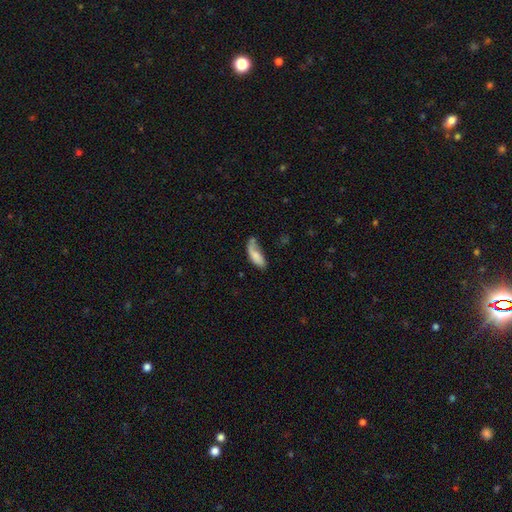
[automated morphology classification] A smooth galaxy with no disk features (74%) that is in between round and cigar-shaped (68%). Merging: none (38%).